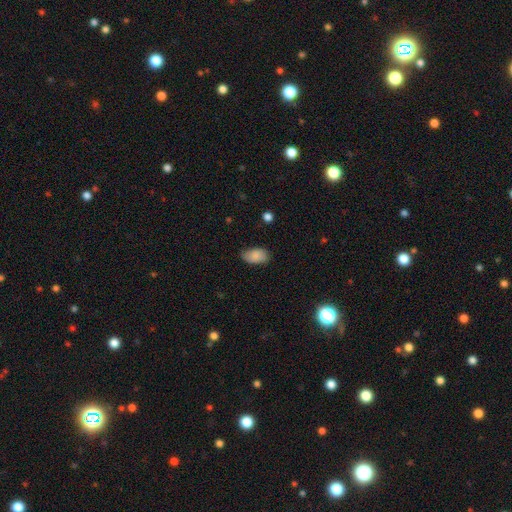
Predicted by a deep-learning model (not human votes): The model was most divided on "merging": none: 73%, minor disturbance: 22%, major disturbance: 4%, merger: 1%. More confident: how rounded — in between (92%); smooth or featured — smooth (85%).